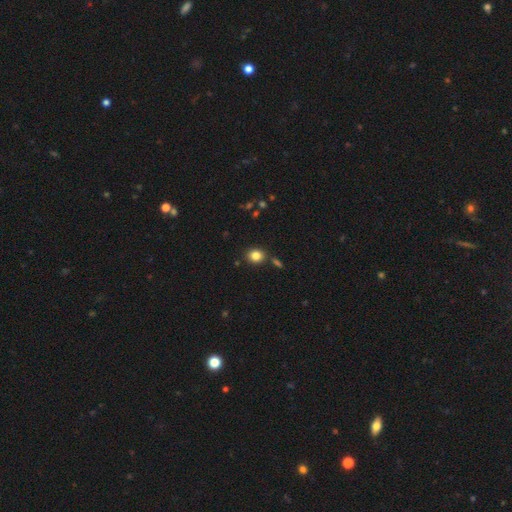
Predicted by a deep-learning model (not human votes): smooth 83%, star or artifact 11%, featured or disk 6%. Down the decision tree: how rounded — round (68%); merging — none (82%).